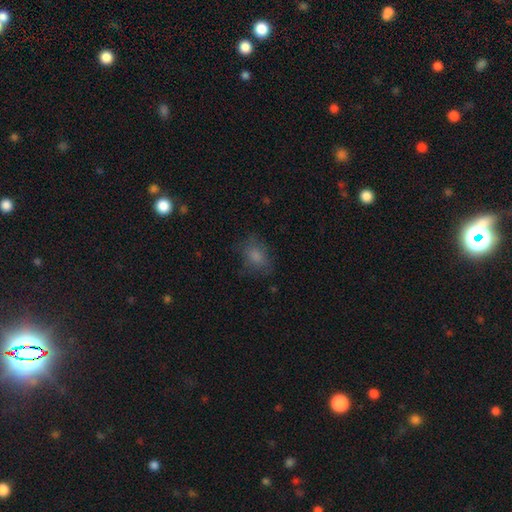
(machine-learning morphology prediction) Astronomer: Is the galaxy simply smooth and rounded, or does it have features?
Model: smooth — 76%.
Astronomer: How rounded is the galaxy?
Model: in between — 66%.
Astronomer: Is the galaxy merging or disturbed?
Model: none — 65%.